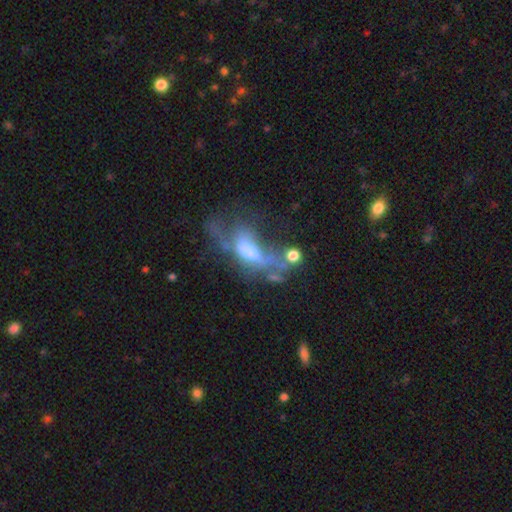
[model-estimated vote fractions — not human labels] smooth_or_featured: featured or disk (p=0.61) [alt: smooth p=0.23]
disk_edge_on: no (p=0.79) [alt: yes p=0.21]
merging: major disturbance (p=0.34) [alt: none p=0.29]